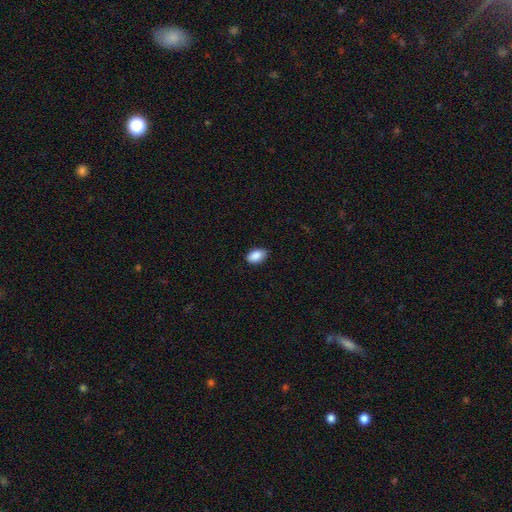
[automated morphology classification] Smooth or featured? Predicted: smooth (p=0.89). How rounded? Predicted: in between (p=0.93). Merging? Predicted: none (p=0.85).